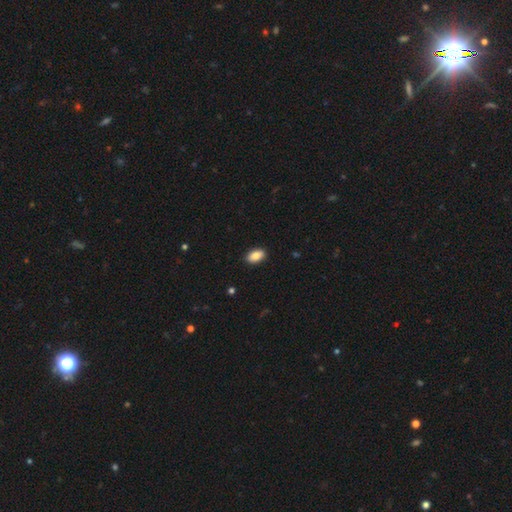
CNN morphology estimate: smooth_or_featured: smooth (p=0.87) [alt: star or artifact p=0.07]
how_rounded: in between (p=0.93) [alt: round p=0.05]
merging: none (p=0.90) [alt: minor disturbance p=0.07]